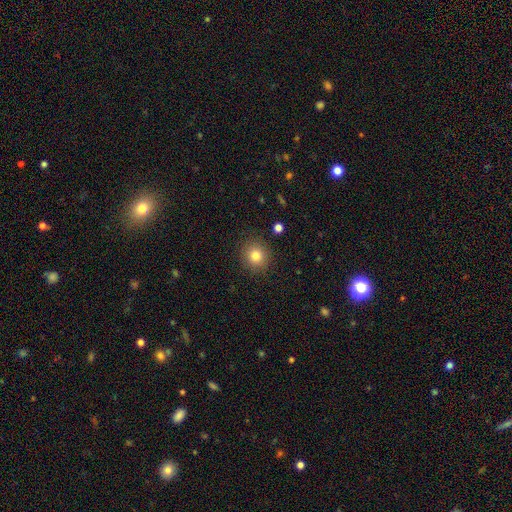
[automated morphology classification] This appears to be a smooth galaxy with no disk features (81%) that is round (88%). Merging: none (89%).